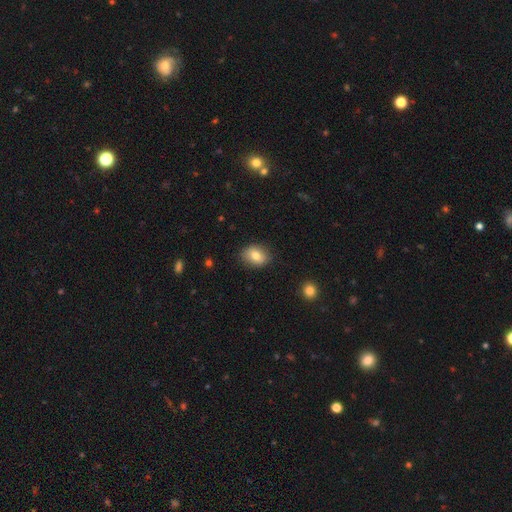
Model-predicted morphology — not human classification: This is likely a smooth galaxy (76%). How rounded: likely in between (64%). Merging: clearly none (86%).